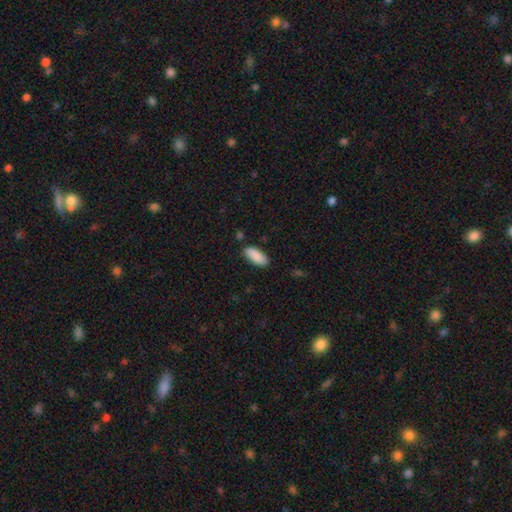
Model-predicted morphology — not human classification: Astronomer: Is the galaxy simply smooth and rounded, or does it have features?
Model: smooth — 89%.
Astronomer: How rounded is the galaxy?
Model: in between — 83%.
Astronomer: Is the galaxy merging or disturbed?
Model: none — 84%.